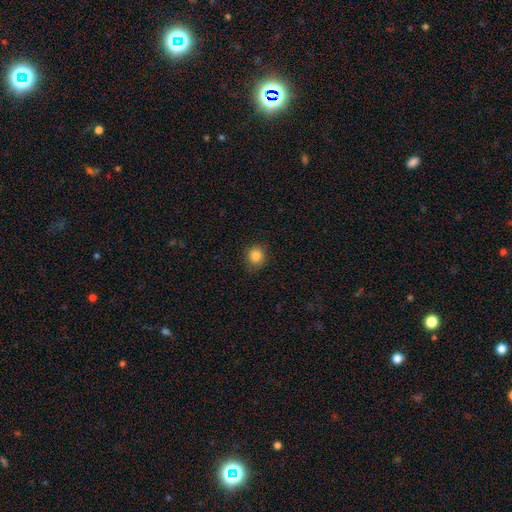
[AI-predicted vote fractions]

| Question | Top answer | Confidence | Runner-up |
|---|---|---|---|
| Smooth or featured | smooth | 84% | star or artifact (11%) |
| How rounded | round | 81% | in between (18%) |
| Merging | none | 84% | minor disturbance (13%) |